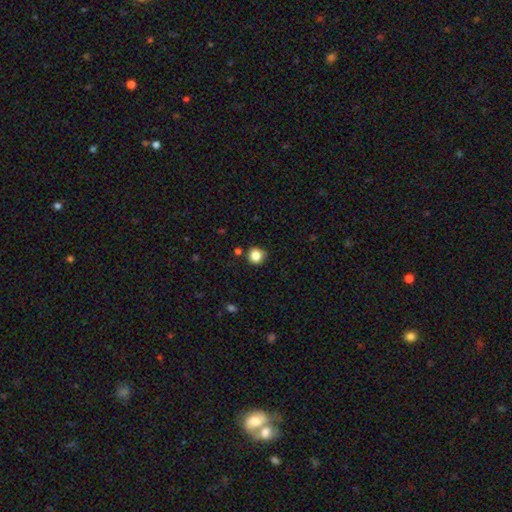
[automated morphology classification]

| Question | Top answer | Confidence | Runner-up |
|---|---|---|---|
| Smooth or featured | smooth | 85% | star or artifact (11%) |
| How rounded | round | 92% | in between (7%) |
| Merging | none | 81% | minor disturbance (12%) |